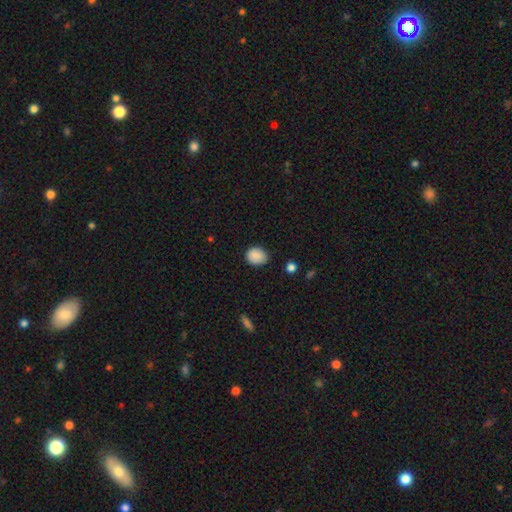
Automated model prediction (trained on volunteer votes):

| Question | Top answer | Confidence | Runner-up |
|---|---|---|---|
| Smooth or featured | smooth | 87% | star or artifact (8%) |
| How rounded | round | 56% | in between (43%) |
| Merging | none | 74% | minor disturbance (21%) |